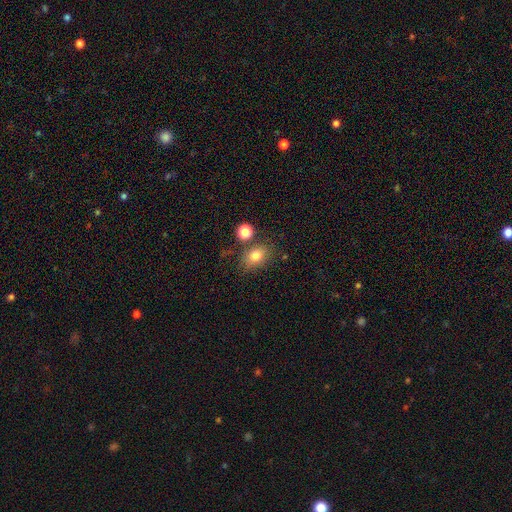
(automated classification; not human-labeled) smooth 78%, star or artifact 12%, featured or disk 10%. Down the decision tree: how rounded — in between (64%); merging — none (71%).